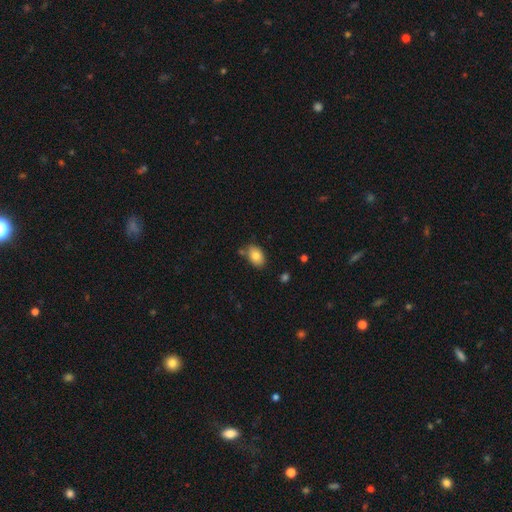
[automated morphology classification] Q: Smooth or featured?
A: smooth (81%); runner-up: featured or disk (10%)
Q: How rounded?
A: in between (85%); runner-up: round (14%)
Q: Merging?
A: none (70%); runner-up: minor disturbance (18%)